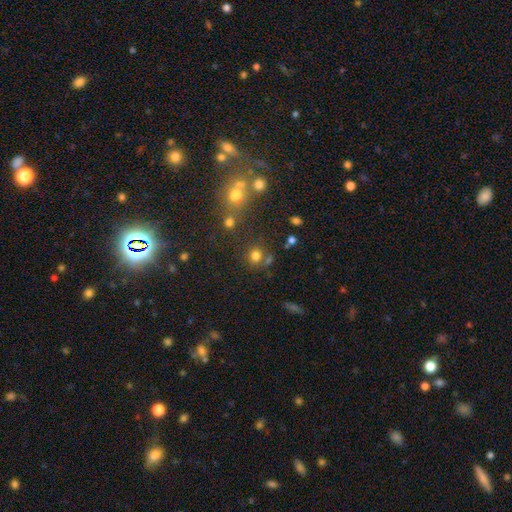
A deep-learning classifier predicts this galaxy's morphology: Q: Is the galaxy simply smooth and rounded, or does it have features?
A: smooth — 73%.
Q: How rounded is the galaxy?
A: round — 85%.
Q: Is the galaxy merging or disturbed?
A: none — 69%.